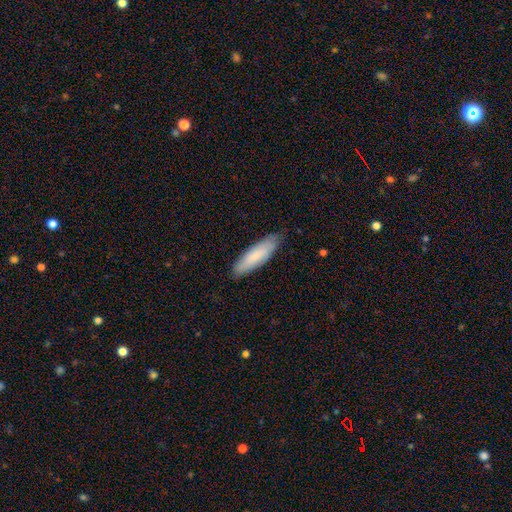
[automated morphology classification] Smooth or featured?
  - smooth: 80% *
  - featured or disk: 15%
  - star or artifact: 5%
How rounded?
  - cigar-shaped: 62% *
  - in between: 36%
  - round: 1%
Merging?
  - none: 82% *
  - minor disturbance: 15%
  - major disturbance: 2%
  - merger: 1%